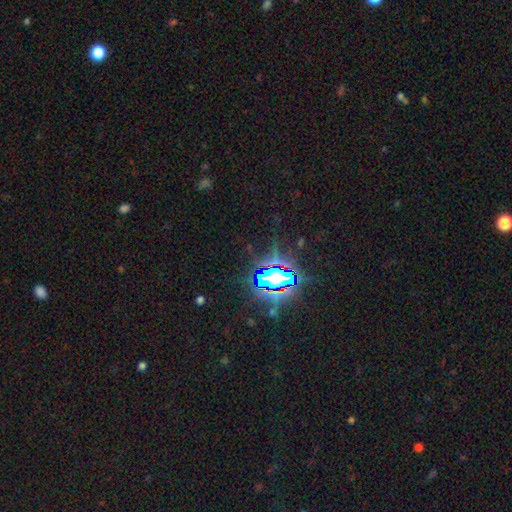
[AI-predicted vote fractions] This appears to be a star or artifact, not a galaxy (81%).